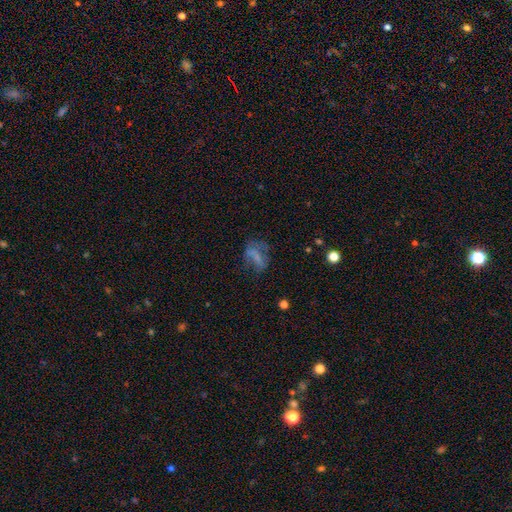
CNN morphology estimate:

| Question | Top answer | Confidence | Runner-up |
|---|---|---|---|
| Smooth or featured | smooth | 42% | tied: featured or disk (42%) |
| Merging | none | 37% | major disturbance (36%) |